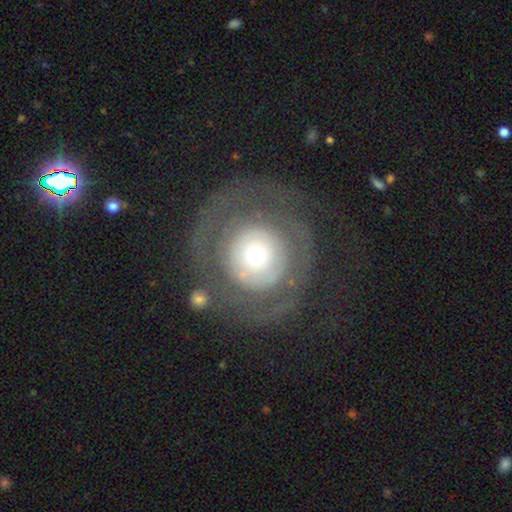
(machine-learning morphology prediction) The model was most divided on "spiral arms": no: 60%, yes: 40%. More confident: edge-on disk — no (96%); bar — no (88%); merging — none (65%); smooth or featured — featured or disk (62%); bulge size — small (54%).